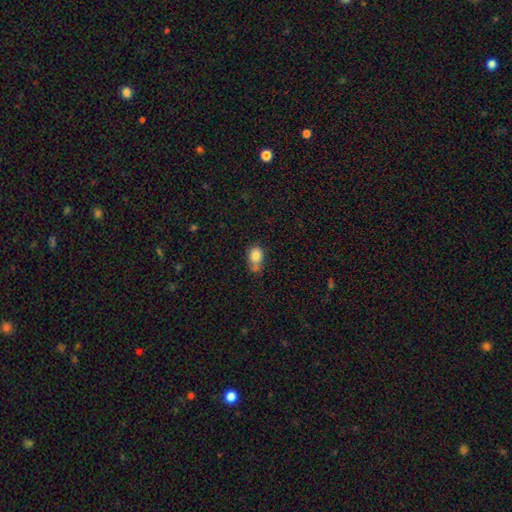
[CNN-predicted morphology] Smooth or featured: smooth — 82% (star or artifact — 9%)
How rounded: in between — 61% (round — 37%)
Merging: none — 42% (minor disturbance — 31%)